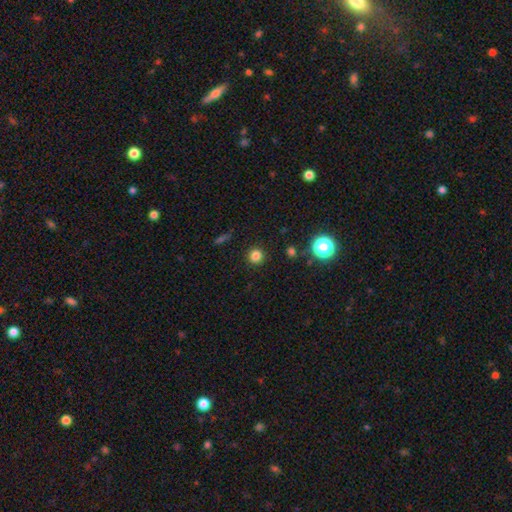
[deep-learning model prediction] Smooth or featured: smooth — 80% (star or artifact — 15%)
How rounded: round — 93% (in between — 6%)
Merging: none — 91% (minor disturbance — 5%)